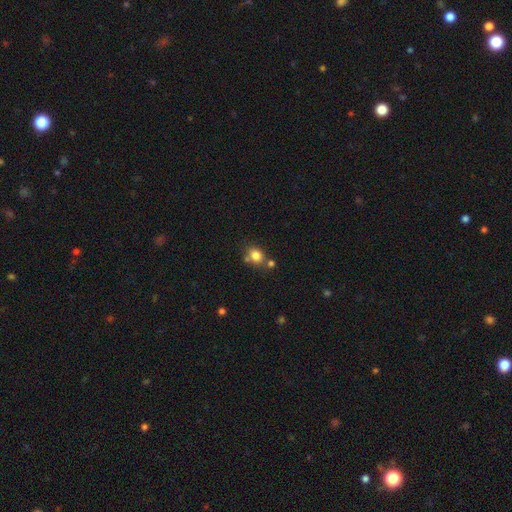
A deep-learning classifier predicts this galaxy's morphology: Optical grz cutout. It shows a smooth galaxy with no disk features (82%) that is round (71%). Merging: none (64%).